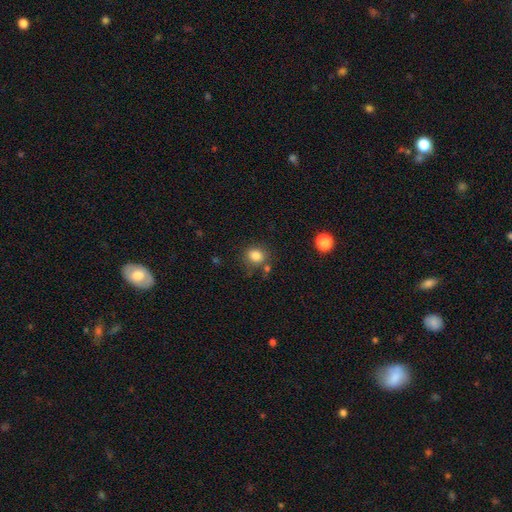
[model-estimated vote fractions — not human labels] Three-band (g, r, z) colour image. It shows a smooth galaxy with no disk features (83%) that is round (70%). Merging: none (75%).